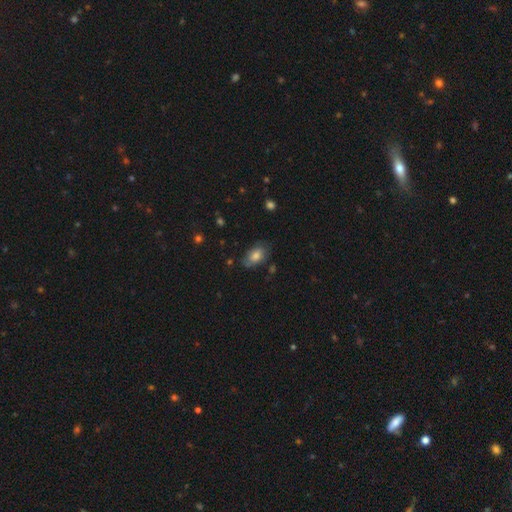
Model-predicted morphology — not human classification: Smooth or featured?
  - smooth: 73% *
  - featured or disk: 19%
  - star or artifact: 8%
How rounded?
  - in between: 89% *
  - round: 9%
  - cigar-shaped: 2%
Merging?
  - none: 69% *
  - minor disturbance: 23%
  - major disturbance: 6%
  - merger: 2%